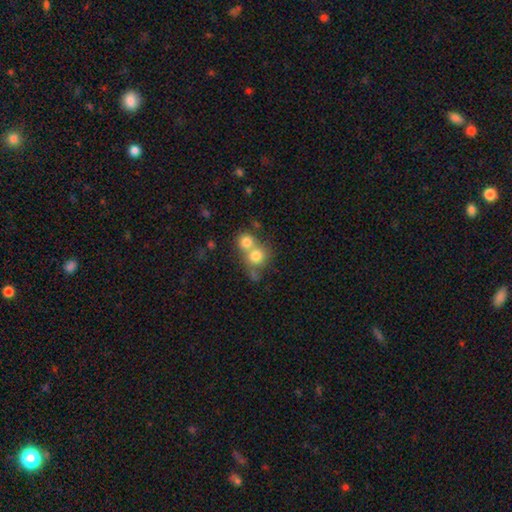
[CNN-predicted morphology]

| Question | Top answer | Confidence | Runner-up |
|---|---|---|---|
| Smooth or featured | smooth | 76% | featured or disk (14%) |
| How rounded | round | 83% | in between (16%) |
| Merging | merger | 59% | none (32%) |